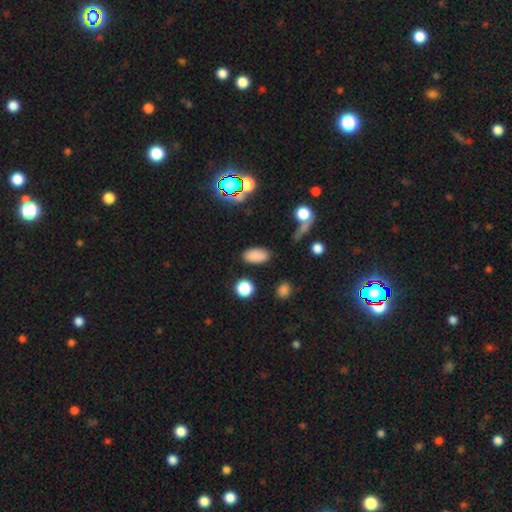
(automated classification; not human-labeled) Smooth or featured? smooth (83%)
How rounded? in between (92%)
Merging? none (84%)